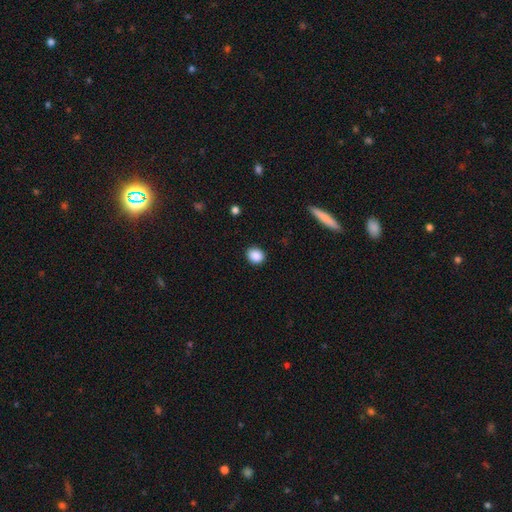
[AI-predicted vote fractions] smooth 89%, star or artifact 8%, featured or disk 3%. Down the decision tree: how rounded — round (61%); merging — none (89%).